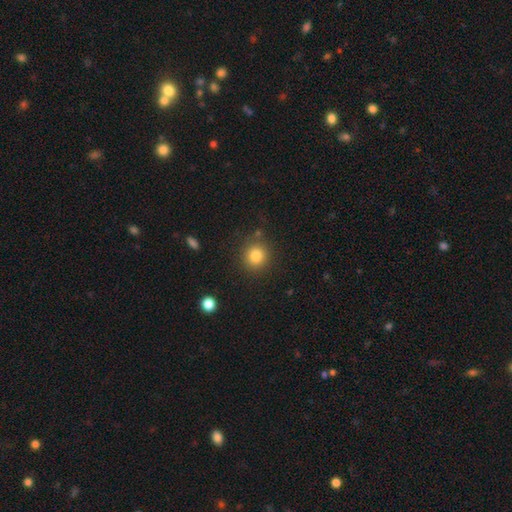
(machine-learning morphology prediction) This appears to be a smooth galaxy with no disk features (83%) that is round (90%). Merging: none (85%).